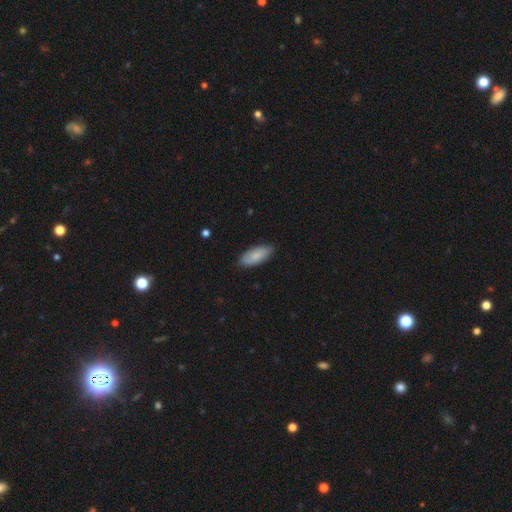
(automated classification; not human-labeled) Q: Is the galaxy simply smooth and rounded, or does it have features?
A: smooth — 83%.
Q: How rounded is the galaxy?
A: in between — 86%.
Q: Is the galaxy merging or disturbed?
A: none — 85%.